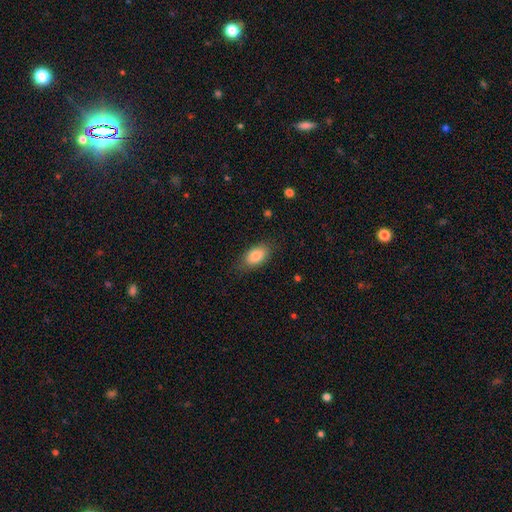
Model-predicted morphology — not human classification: This appears to be a smooth galaxy with no disk features (85%) that is in between round and cigar-shaped (90%). Merging: none (79%).